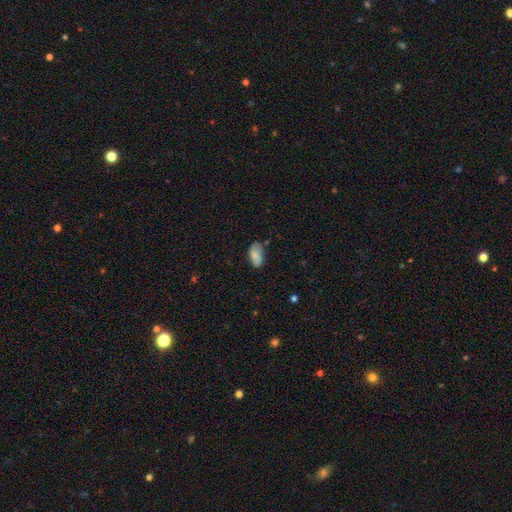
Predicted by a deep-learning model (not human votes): Smooth or featured? Predicted: smooth (p=0.81). How rounded? Predicted: in between (p=0.94). Merging? Predicted: none (p=0.59).